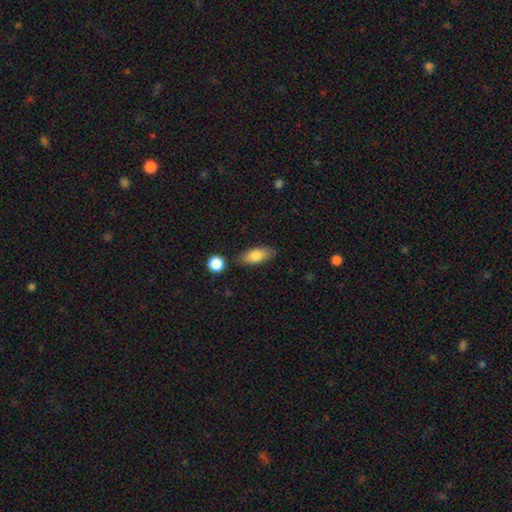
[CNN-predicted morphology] smooth-or-featured: smooth: 81% | featured or disk: 13% | star or artifact: 7%
  how-rounded: in between: 84% | cigar-shaped: 12% | round: 4%
  merging: none: 80% | minor disturbance: 13% | merger: 4% | major disturbance: 3%